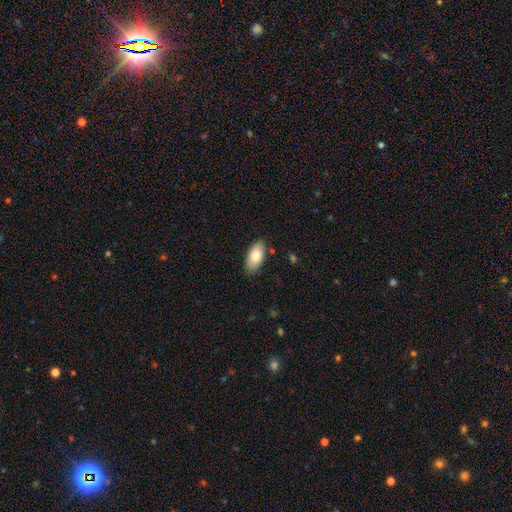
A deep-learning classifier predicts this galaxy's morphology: Smooth or featured? smooth (81%)
How rounded? in between (92%)
Merging? none (84%)